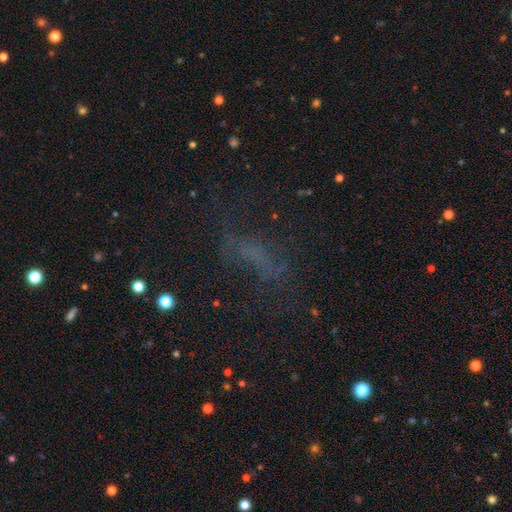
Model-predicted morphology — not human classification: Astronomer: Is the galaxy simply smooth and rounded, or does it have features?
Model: smooth — 41% (runner-up: star or artifact, 33%).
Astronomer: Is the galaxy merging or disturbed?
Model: none — 53%.